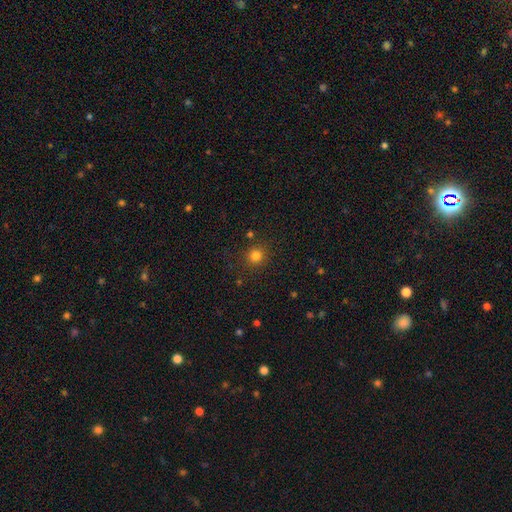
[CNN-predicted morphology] Smooth or featured: smooth — 81% (star or artifact — 15%)
How rounded: round — 91% (in between — 8%)
Merging: none — 88% (minor disturbance — 7%)